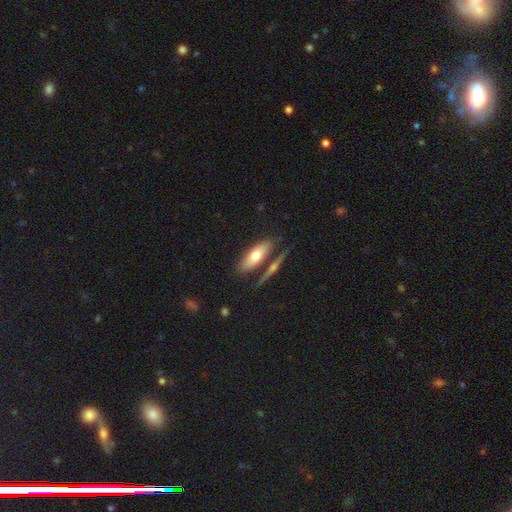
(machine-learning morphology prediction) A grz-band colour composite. It shows a smooth galaxy with no disk features (63%) that is in between round and cigar-shaped (61%). Merging: none (62%).